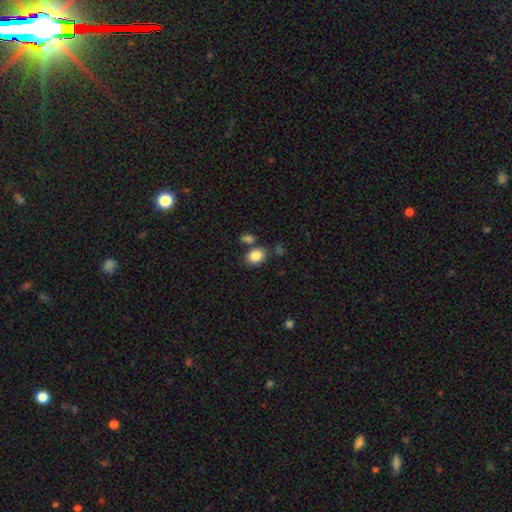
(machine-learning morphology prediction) Q: Smooth or featured?
A: smooth (86%); runner-up: star or artifact (8%)
Q: How rounded?
A: in between (72%); runner-up: round (27%)
Q: Merging?
A: none (71%); runner-up: minor disturbance (13%)